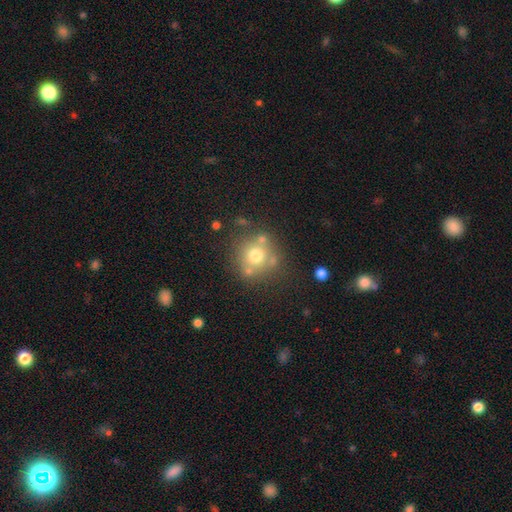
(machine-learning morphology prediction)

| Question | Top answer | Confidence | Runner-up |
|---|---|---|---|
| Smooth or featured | smooth | 68% | featured or disk (18%) |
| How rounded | round | 90% | in between (9%) |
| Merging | none | 69% | minor disturbance (13%) |